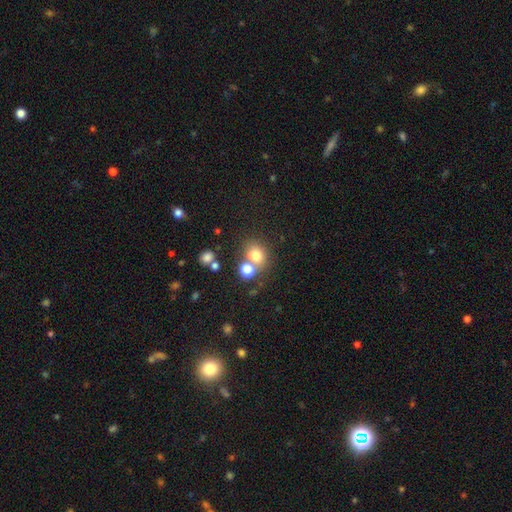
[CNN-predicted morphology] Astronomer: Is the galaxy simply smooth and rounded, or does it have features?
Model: smooth — 73%.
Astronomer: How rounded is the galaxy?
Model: round — 67%.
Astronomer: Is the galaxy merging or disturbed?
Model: none — 52% (runner-up: merger, 32%).